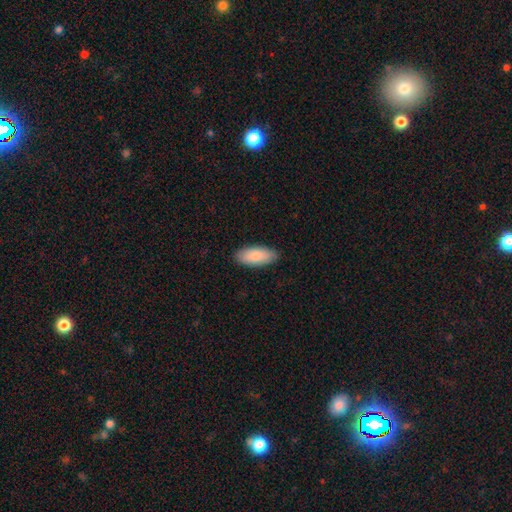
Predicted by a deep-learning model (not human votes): Smooth or featured: smooth — 86% (featured or disk — 9%)
How rounded: in between — 88% (cigar-shaped — 11%)
Merging: none — 88% (minor disturbance — 10%)